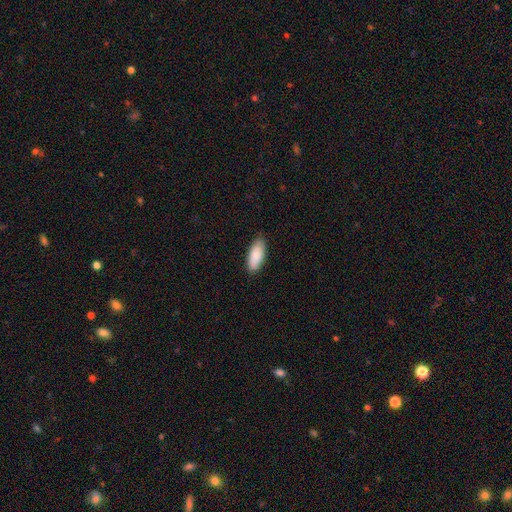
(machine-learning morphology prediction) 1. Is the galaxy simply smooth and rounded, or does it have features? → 89% smooth, 6% featured or disk, 5% star or artifact.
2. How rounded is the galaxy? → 81% in between, 18% cigar-shaped, 2% round.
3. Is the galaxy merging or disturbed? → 86% none, 11% minor disturbance, 2% major disturbance, 1% merger.